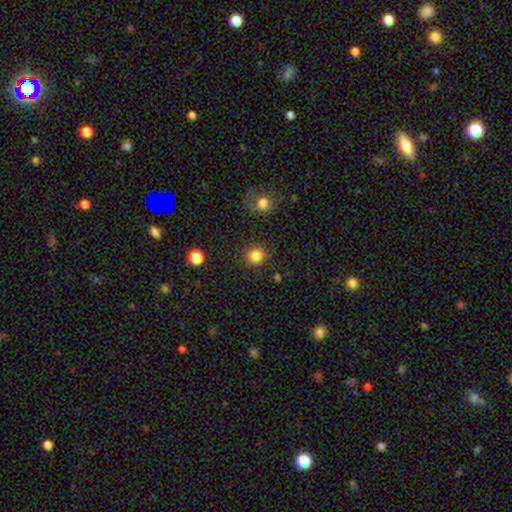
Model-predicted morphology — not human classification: smooth 83%, star or artifact 12%, featured or disk 5%. Down the decision tree: how rounded — round (86%); merging — none (87%).